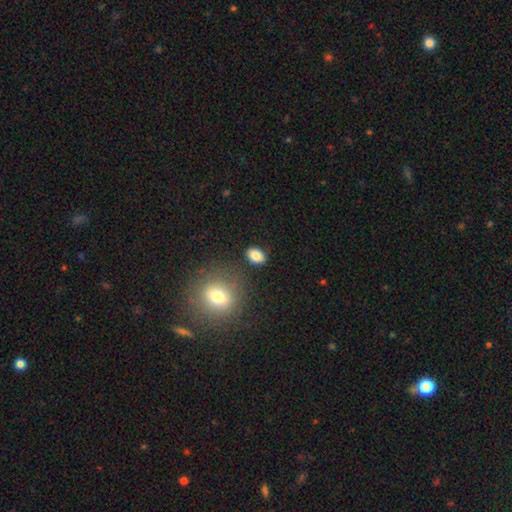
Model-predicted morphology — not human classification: This appears to be a smooth galaxy with no disk features (85%) that is in between round and cigar-shaped (81%). Merging: none (83%).